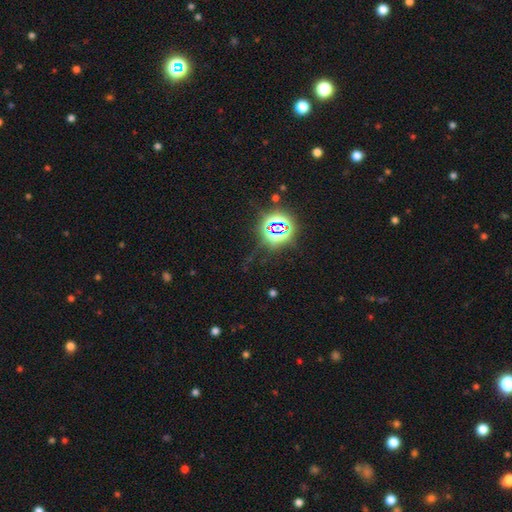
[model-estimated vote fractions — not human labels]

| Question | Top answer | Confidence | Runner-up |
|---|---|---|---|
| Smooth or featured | star or artifact | 82% | smooth (11%) |